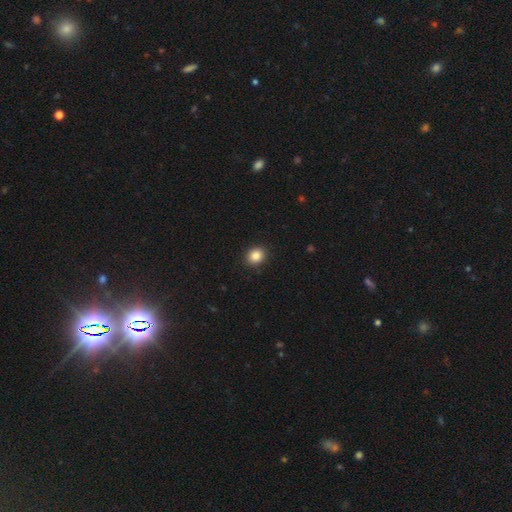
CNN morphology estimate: A smooth galaxy with no disk features (86%) that is round (72%).

Vote fractions:
- Smooth or featured? smooth: 86% / star or artifact: 10% / featured or disk: 4%
- How rounded? round: 72% / in between: 27% / cigar-shaped: 1%
- Merging? none: 91% / minor disturbance: 6% / major disturbance: 2% / merger: 1%